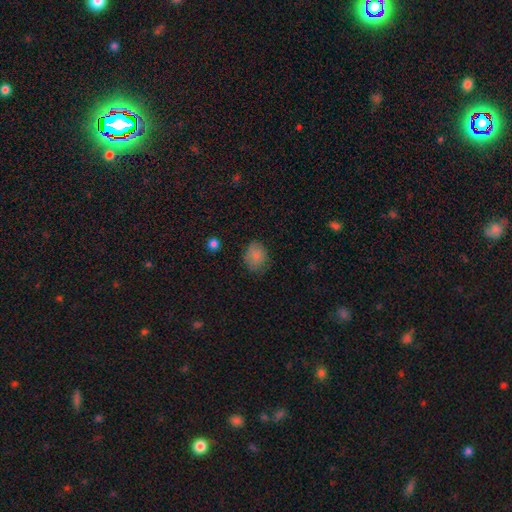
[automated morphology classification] Overall: smooth (82%). How rounded: round (51%; in between 48%). Merging: none (69%).